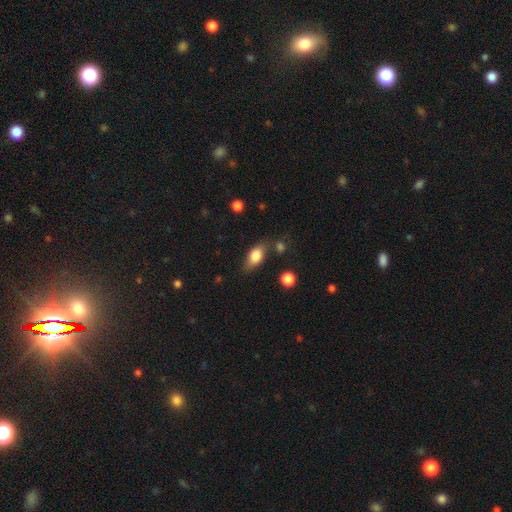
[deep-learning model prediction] A smooth galaxy with no disk features (79%) that is in between round and cigar-shaped (85%).

Vote fractions:
- Smooth or featured? smooth: 79% / featured or disk: 14% / star or artifact: 8%
- How rounded? in between: 85% / round: 8% / cigar-shaped: 7%
- Merging? none: 69% / minor disturbance: 19% / major disturbance: 6% / merger: 6%